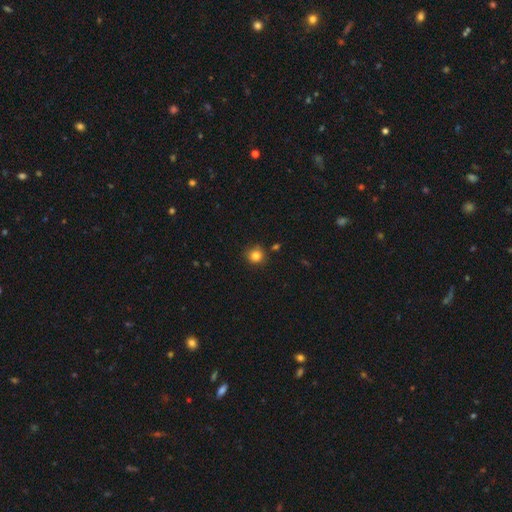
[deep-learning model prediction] Smooth or featured? smooth (83%)
How rounded? round (93%)
Merging? none (84%)